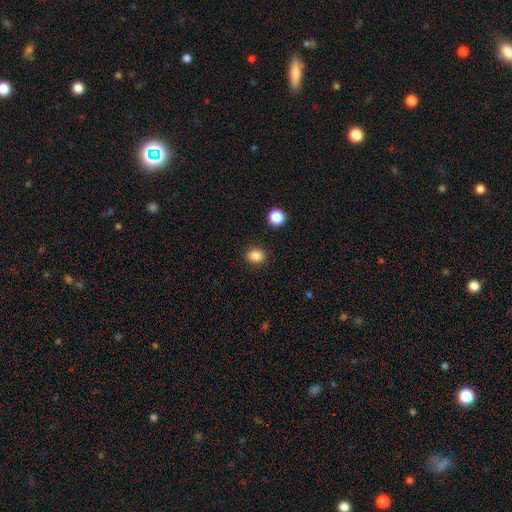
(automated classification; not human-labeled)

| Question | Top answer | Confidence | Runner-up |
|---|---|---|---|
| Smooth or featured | smooth | 86% | star or artifact (11%) |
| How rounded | in between | 52% | round (47%) |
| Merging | none | 88% | minor disturbance (8%) |